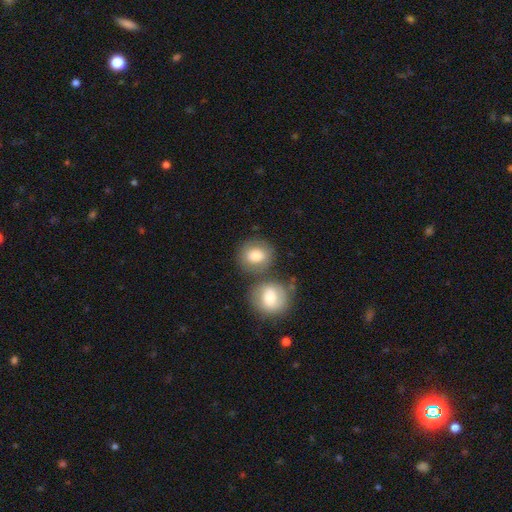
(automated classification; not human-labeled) smooth 78%, featured or disk 15%, star or artifact 7%. Down the decision tree: how rounded — round (75%); merging — none (58%).